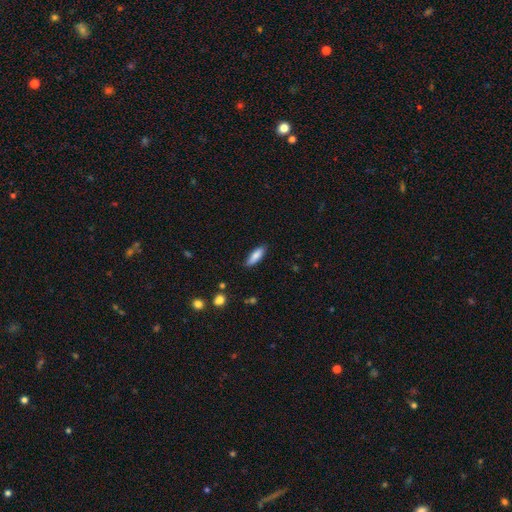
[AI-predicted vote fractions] This appears to be a smooth galaxy with no disk features (84%) that is in between round and cigar-shaped (53%). Merging: none (84%).